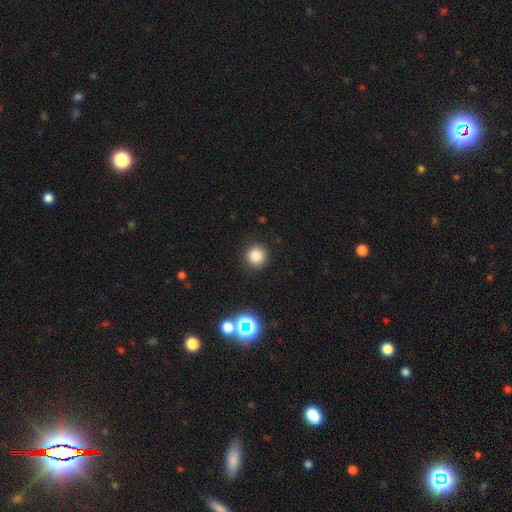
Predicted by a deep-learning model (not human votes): smooth-or-featured: smooth: 82% | star or artifact: 14% | featured or disk: 4%
  how-rounded: round: 94% | in between: 5% | cigar-shaped: 1%
  merging: none: 90% | minor disturbance: 6% | major disturbance: 2% | merger: 1%